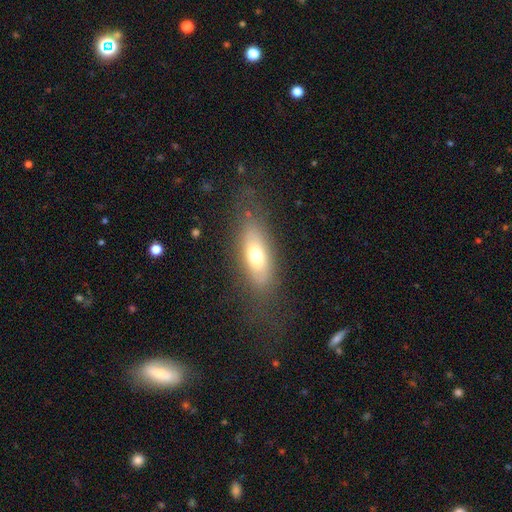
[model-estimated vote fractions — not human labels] Smooth or featured? smooth (63%)
How rounded? in between (73%)
Merging? none (72%)